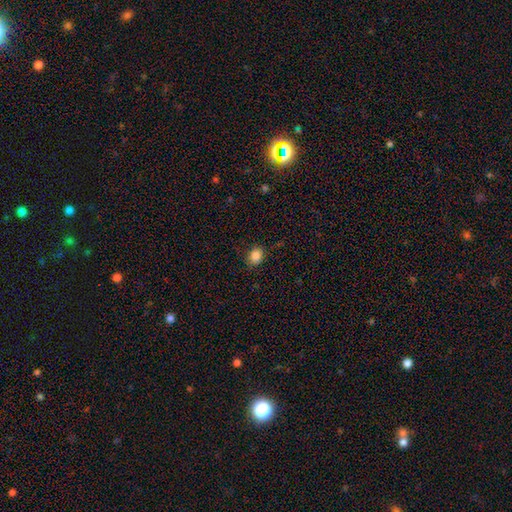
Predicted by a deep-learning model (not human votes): Smooth or featured: smooth — 86% (star or artifact — 10%)
How rounded: in between — 58% (round — 42%)
Merging: none — 85% (minor disturbance — 11%)